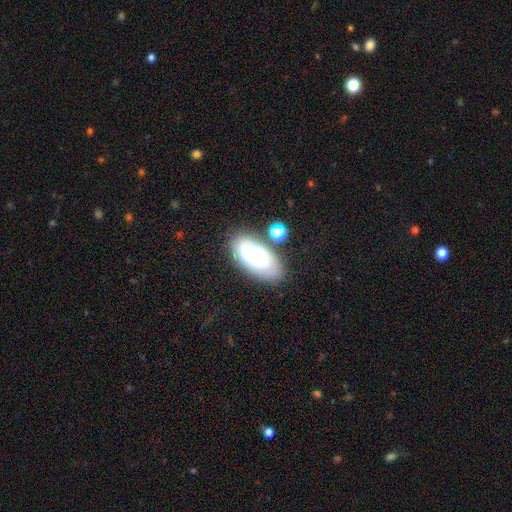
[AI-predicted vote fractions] Smooth or featured? featured or disk (51%)
Edge-on disk? no (91%)
Merging? none (68%)